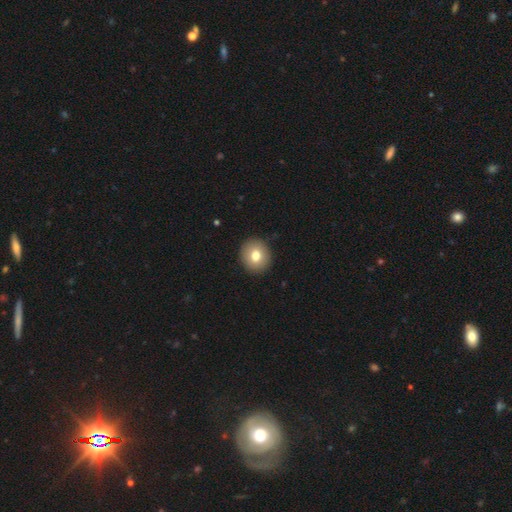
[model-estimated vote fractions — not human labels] smooth-or-featured: smooth: 77% | featured or disk: 14% | star or artifact: 9%
  how-rounded: round: 86% | in between: 13% | cigar-shaped: 1%
  merging: none: 92% | minor disturbance: 5% | major disturbance: 2% | merger: 1%